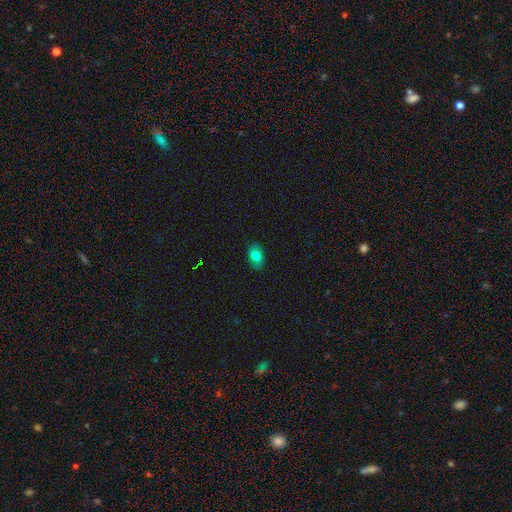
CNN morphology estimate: A smooth galaxy with no disk features (79%) that is in between round and cigar-shaped (85%). Merging: none (85%).